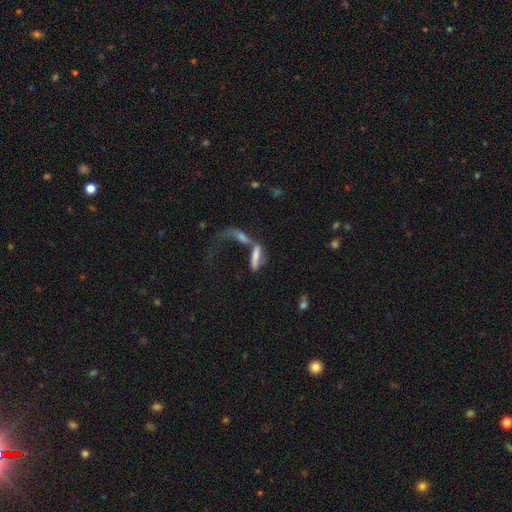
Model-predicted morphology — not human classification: smooth 58%, featured or disk 31%, star or artifact 11%. Down the decision tree: how rounded — cigar-shaped (65%); merging — merger (58%).